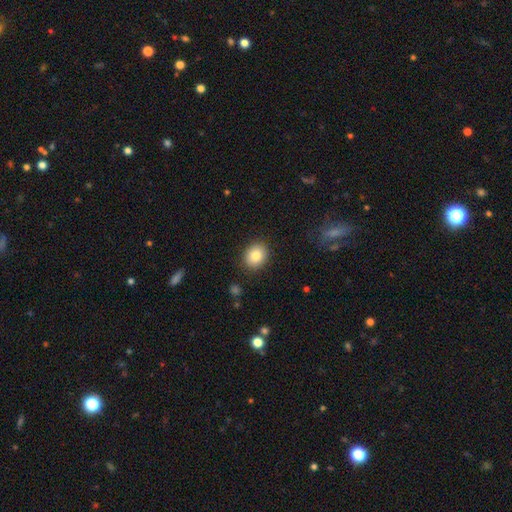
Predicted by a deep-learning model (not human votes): Smooth or featured: smooth — 83% (star or artifact — 9%)
How rounded: round — 62% (in between — 37%)
Merging: none — 88% (minor disturbance — 8%)